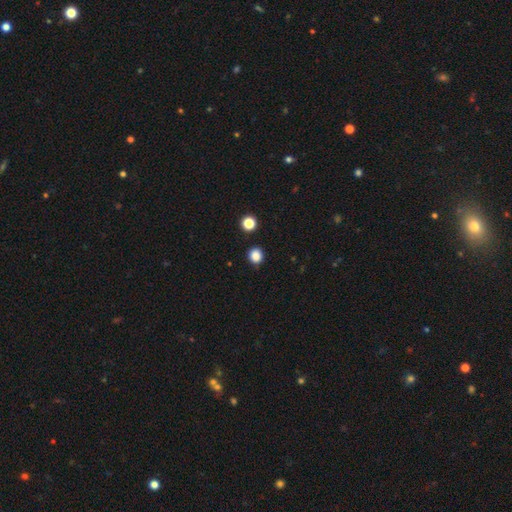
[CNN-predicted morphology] This is clearly a smooth galaxy (86%). How rounded: clearly round (83%). Merging: clearly none (89%).